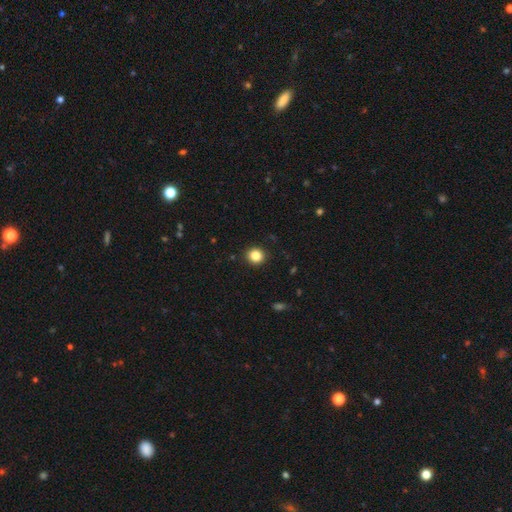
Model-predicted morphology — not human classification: This is clearly a smooth galaxy (84%). How rounded: clearly round (90%). Merging: clearly none (93%).